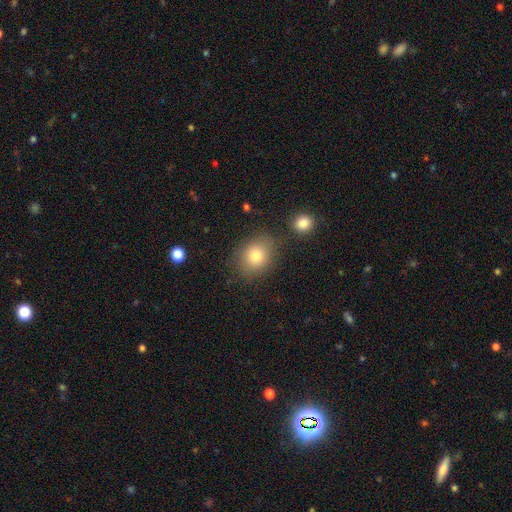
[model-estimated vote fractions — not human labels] The model was most divided on "how rounded": round: 56%, in between: 43%, cigar-shaped: 1%. More confident: smooth or featured — smooth (80%); merging — none (77%).